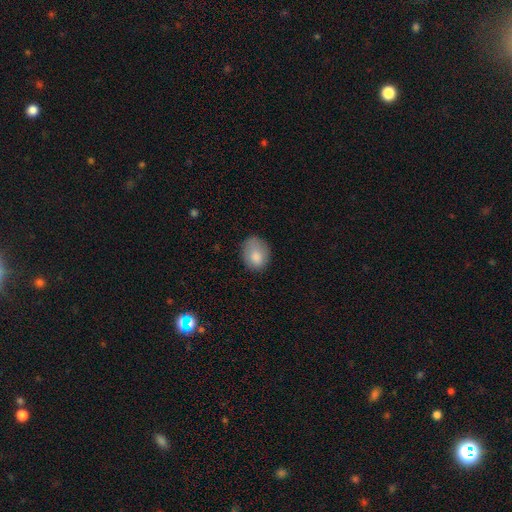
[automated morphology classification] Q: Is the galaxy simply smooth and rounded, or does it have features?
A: smooth — 82%.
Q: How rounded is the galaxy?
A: in between — 58%.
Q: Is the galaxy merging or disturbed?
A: none — 65%.